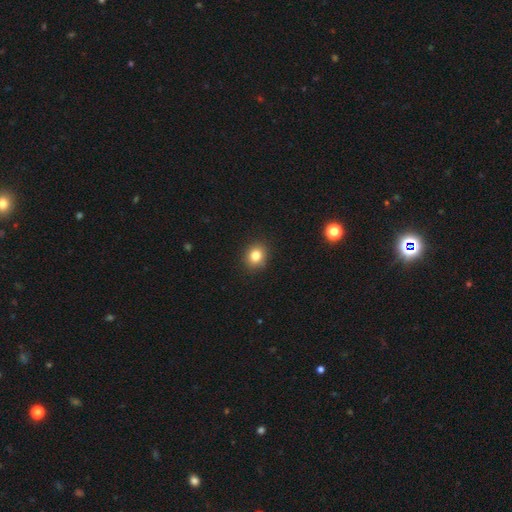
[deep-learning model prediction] Overall: smooth (81%). How rounded: round (73%). Merging: none (90%).